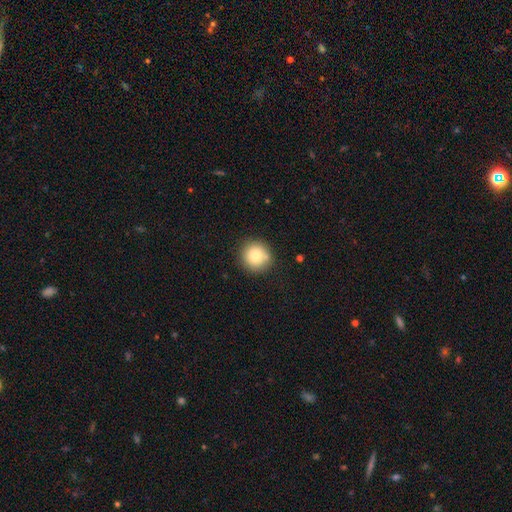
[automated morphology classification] Smooth or featured?
  - smooth: 79% *
  - featured or disk: 11%
  - star or artifact: 10%
How rounded?
  - round: 92% *
  - in between: 7%
  - cigar-shaped: 1%
Merging?
  - none: 80% *
  - minor disturbance: 12%
  - merger: 5%
  - major disturbance: 3%